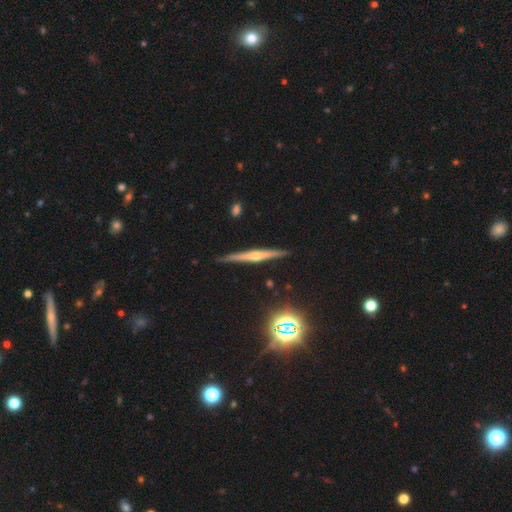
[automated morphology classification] Q: Smooth or featured?
A: featured or disk (75%); runner-up: smooth (15%)
Q: Edge-on disk?
A: yes (98%); runner-up: no (2%)
Q: Edge-on bulge?
A: rounded (82%); runner-up: none (11%)
Q: Merging?
A: none (90%); runner-up: minor disturbance (7%)